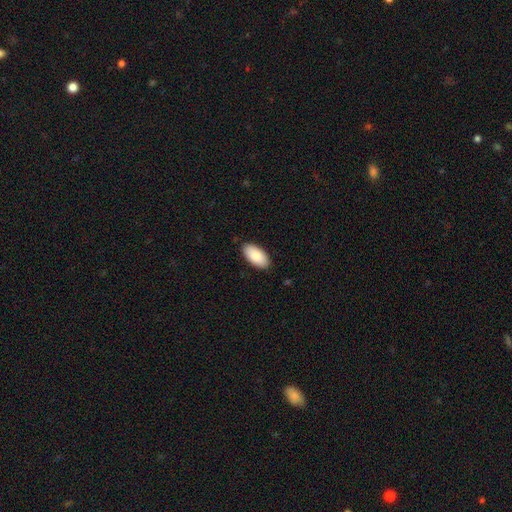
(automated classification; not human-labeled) Smooth or featured? smooth (87%)
How rounded? in between (95%)
Merging? none (88%)